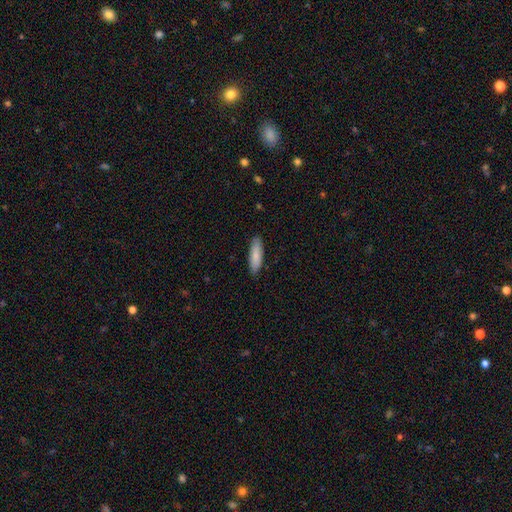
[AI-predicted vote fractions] This appears to be a smooth galaxy with no disk features (86%) that is cigar-shaped (54%). Merging: none (88%).